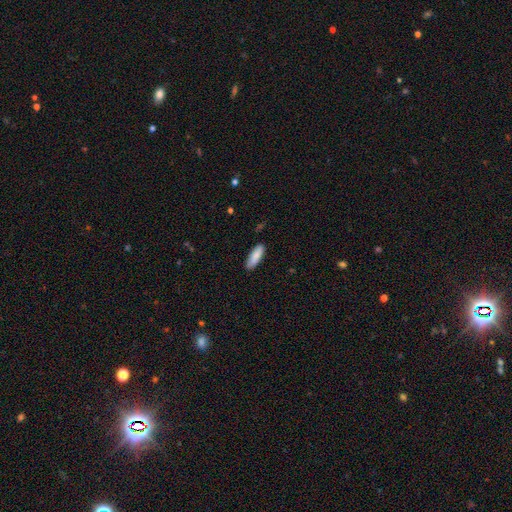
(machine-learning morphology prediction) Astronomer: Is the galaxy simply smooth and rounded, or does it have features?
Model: smooth — 87%.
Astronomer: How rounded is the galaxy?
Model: in between — 53% (runner-up: cigar-shaped, 46%).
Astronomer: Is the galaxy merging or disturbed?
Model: none — 85%.